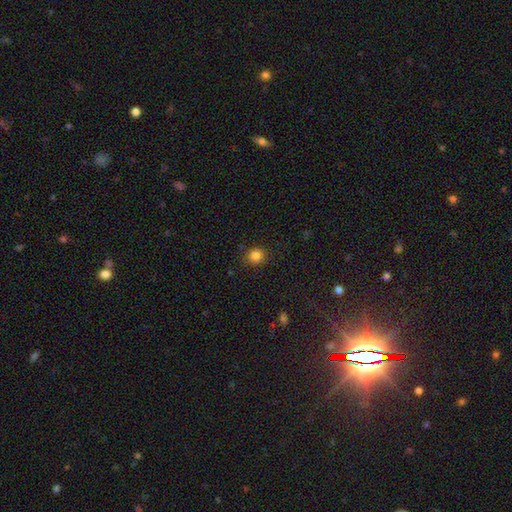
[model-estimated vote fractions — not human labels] Smooth or featured? smooth (84%)
How rounded? round (87%)
Merging? none (88%)